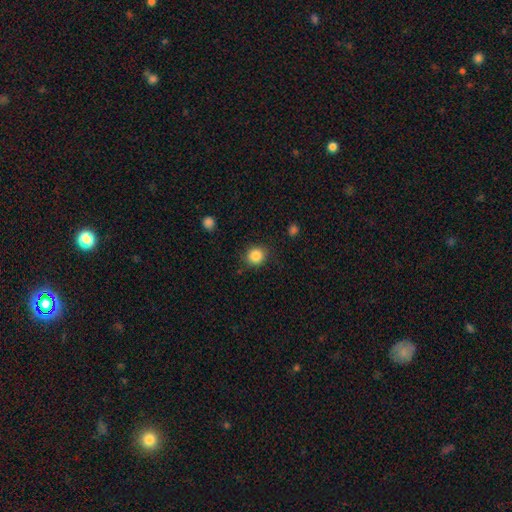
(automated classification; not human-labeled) Smooth or featured: smooth — 85% (star or artifact — 10%)
How rounded: round — 86% (in between — 13%)
Merging: none — 85% (minor disturbance — 10%)